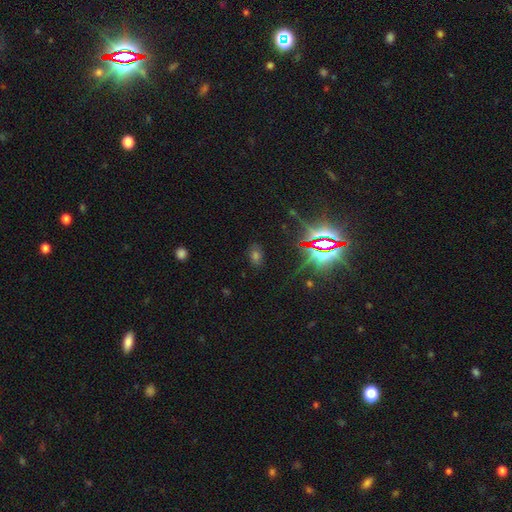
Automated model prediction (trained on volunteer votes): Smooth or featured: star or artifact — 53% (smooth — 35%)